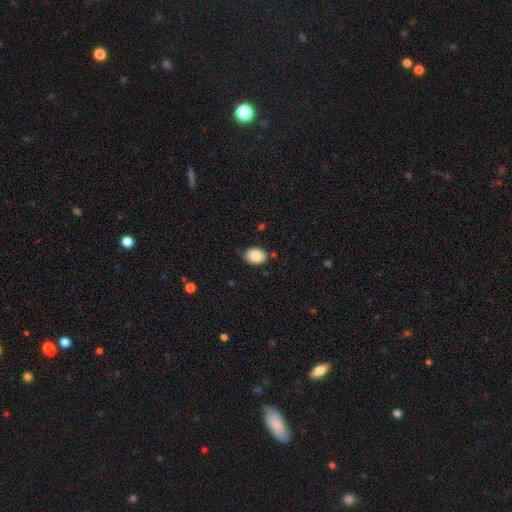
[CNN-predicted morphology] The model was most divided on "how rounded": in between: 70%, round: 29%, cigar-shaped: 1%. More confident: smooth or featured — smooth (87%); merging — none (79%).